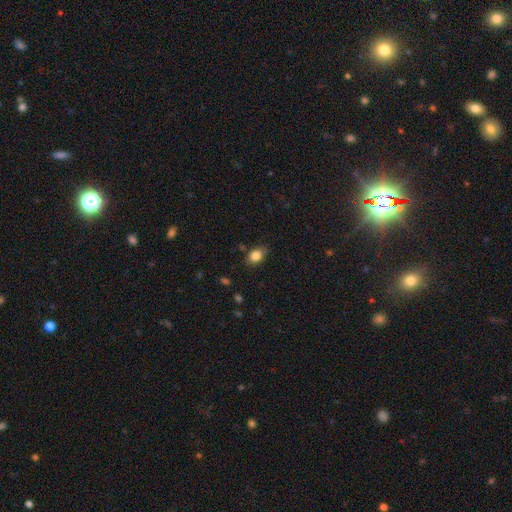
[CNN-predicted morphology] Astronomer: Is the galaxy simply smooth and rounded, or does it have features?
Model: smooth — 84%.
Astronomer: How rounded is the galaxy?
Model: in between — 73%.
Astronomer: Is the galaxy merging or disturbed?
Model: none — 77%.